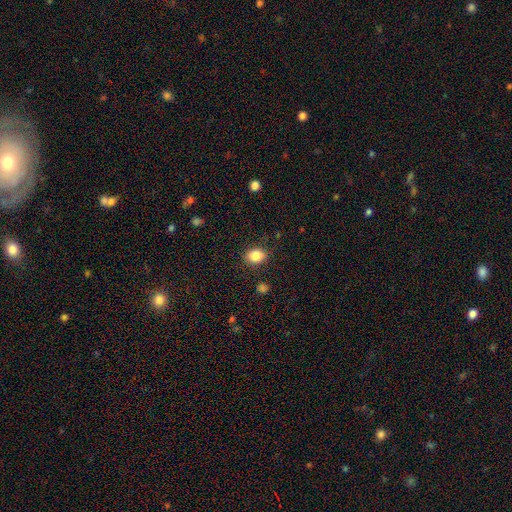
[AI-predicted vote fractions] Smooth or featured?
  - smooth: 85% *
  - star or artifact: 9%
  - featured or disk: 5%
How rounded?
  - in between: 58% *
  - round: 41%
  - cigar-shaped: 1%
Merging?
  - none: 86% *
  - minor disturbance: 10%
  - major disturbance: 3%
  - merger: 1%